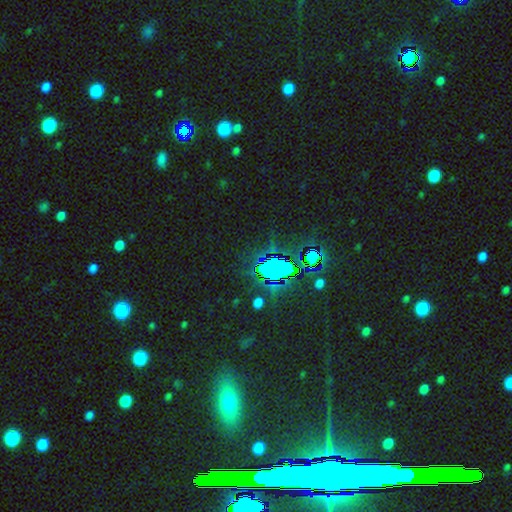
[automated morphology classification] smooth_or_featured: star or artifact (p=0.83) [alt: smooth p=0.09]